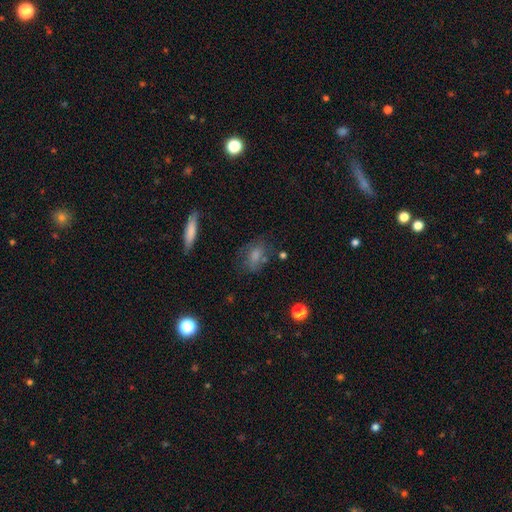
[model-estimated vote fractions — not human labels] This is likely a smooth galaxy (70%). How rounded: likely in between (77%). Merging: possibly none (58%).